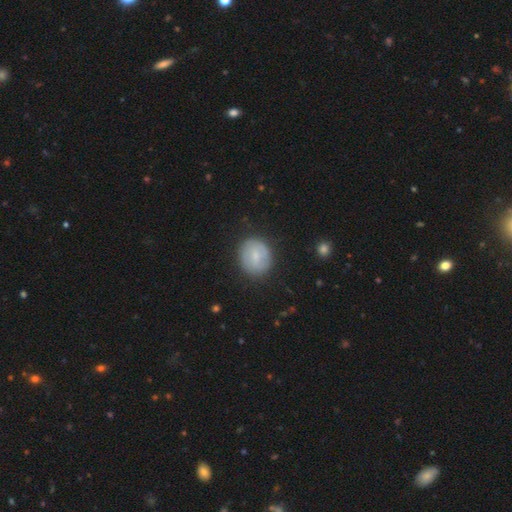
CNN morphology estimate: type=smooth (62%); roundness=round (76%); merging=none (83%).